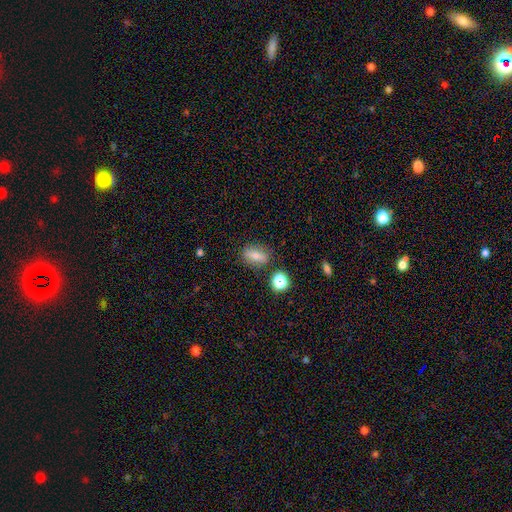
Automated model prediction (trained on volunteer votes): Q: Smooth or featured?
A: smooth (70%); runner-up: featured or disk (17%)
Q: How rounded?
A: in between (70%); runner-up: round (16%)
Q: Merging?
A: none (79%); runner-up: minor disturbance (13%)